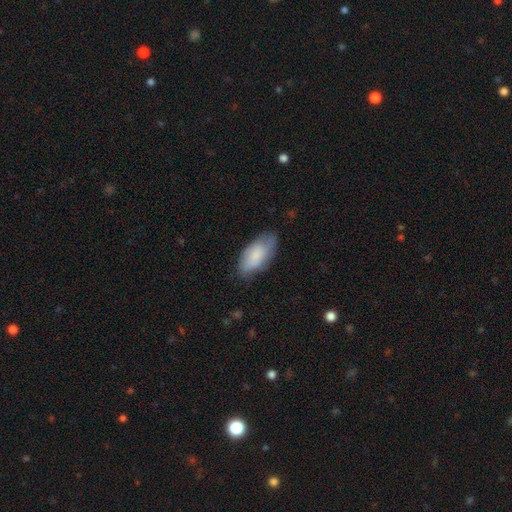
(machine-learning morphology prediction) smooth-or-featured: smooth: 77% | featured or disk: 18% | star or artifact: 6%
  how-rounded: in between: 93% | cigar-shaped: 5% | round: 2%
  merging: none: 64% | minor disturbance: 29% | major disturbance: 6% | merger: 1%